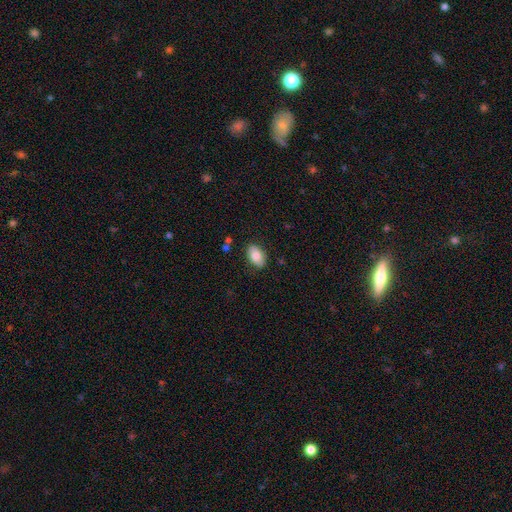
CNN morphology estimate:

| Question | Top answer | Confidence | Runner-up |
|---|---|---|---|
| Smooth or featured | smooth | 82% | featured or disk (11%) |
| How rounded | in between | 90% | round (8%) |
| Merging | none | 83% | minor disturbance (13%) |